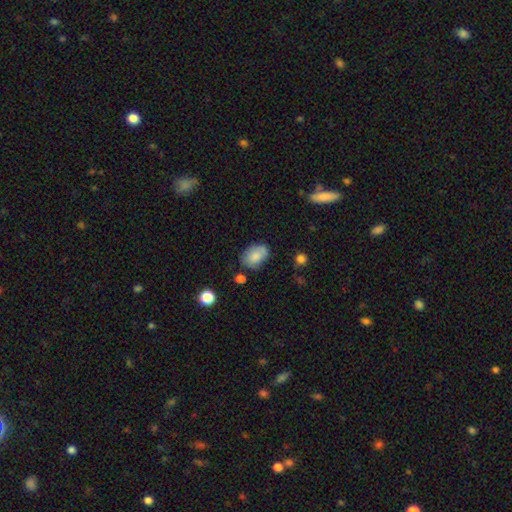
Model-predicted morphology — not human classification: Smooth or featured? Predicted: smooth (p=0.80). How rounded? Predicted: in between (p=0.86). Merging? Predicted: none (p=0.65).